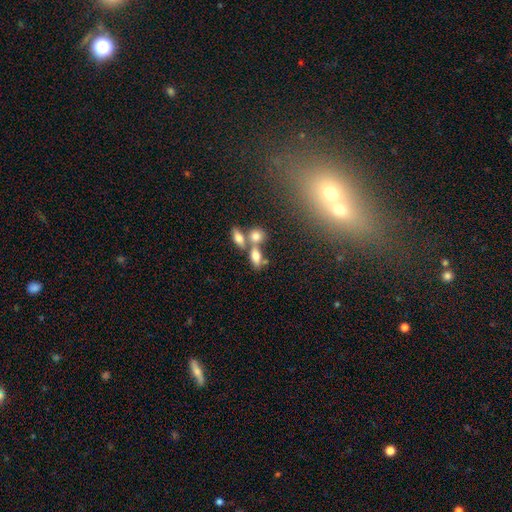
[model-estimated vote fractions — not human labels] This appears to be a smooth galaxy with no disk features (70%) that is in between round and cigar-shaped (77%). Merging: merger (45%).